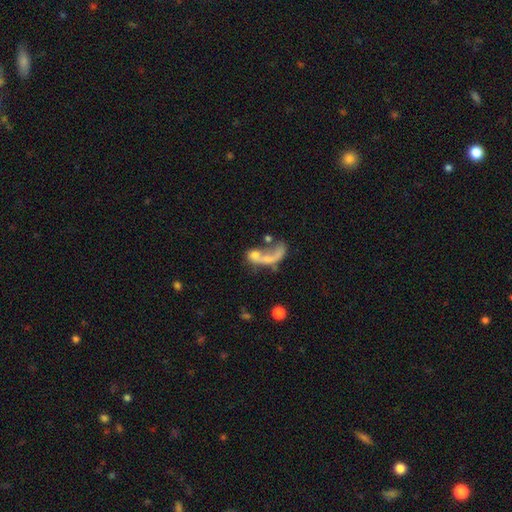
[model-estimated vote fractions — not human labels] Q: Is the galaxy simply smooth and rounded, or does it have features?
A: smooth — 45%.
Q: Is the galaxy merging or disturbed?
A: merger — 40%.